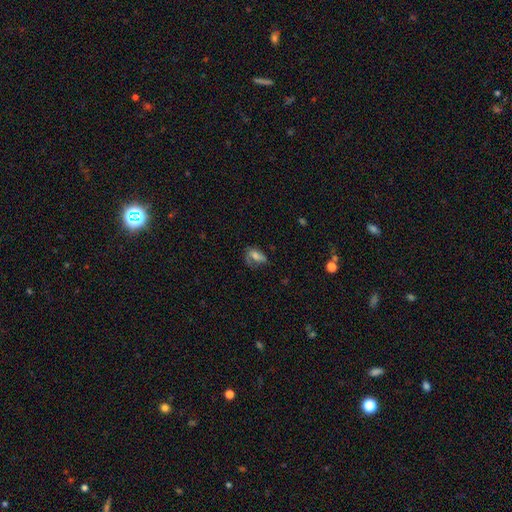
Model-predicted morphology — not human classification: Smooth or featured: smooth — 51% (featured or disk — 38%)
How rounded: in between — 81% (round — 10%)
Merging: none — 42% (major disturbance — 29%)